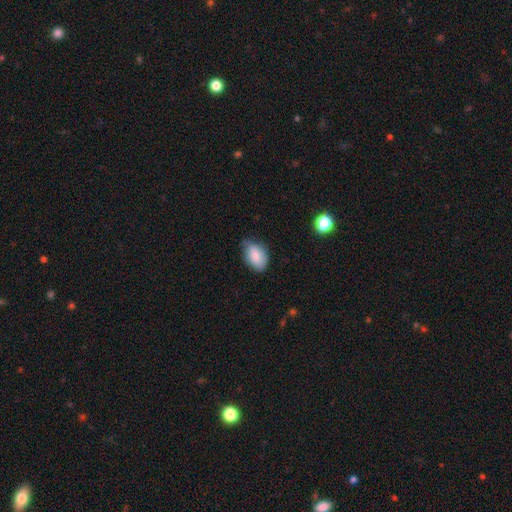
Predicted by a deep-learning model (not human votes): smooth-or-featured: smooth: 83% | featured or disk: 10% | star or artifact: 7%
  how-rounded: in between: 89% | round: 10% | cigar-shaped: 2%
  merging: none: 59% | minor disturbance: 34% | major disturbance: 6% | merger: 2%